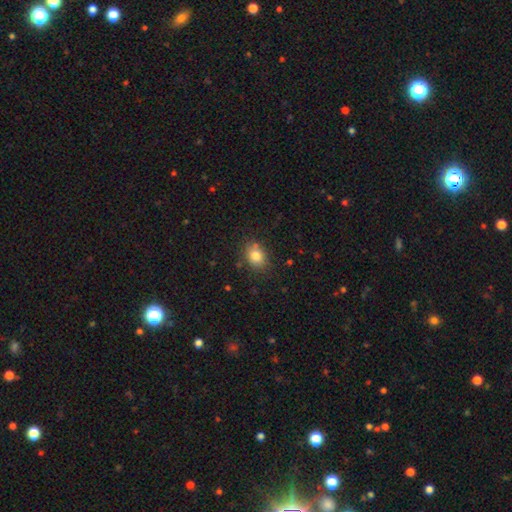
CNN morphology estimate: A smooth galaxy with no disk features (82%) that is in between round and cigar-shaped (58%). Merging: none (80%).